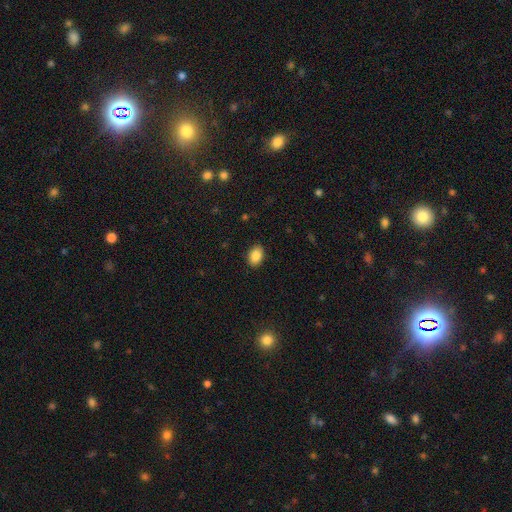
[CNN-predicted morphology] Smooth or featured: smooth — 87% (star or artifact — 8%)
How rounded: in between — 80% (round — 19%)
Merging: none — 89% (minor disturbance — 8%)